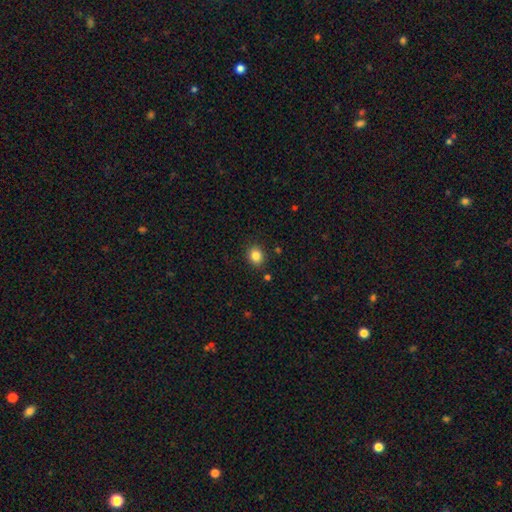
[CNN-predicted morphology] smooth-or-featured: smooth: 84% | star or artifact: 10% | featured or disk: 5%
  how-rounded: round: 57% | in between: 42% | cigar-shaped: 1%
  merging: none: 88% | minor disturbance: 8% | major disturbance: 2% | merger: 2%